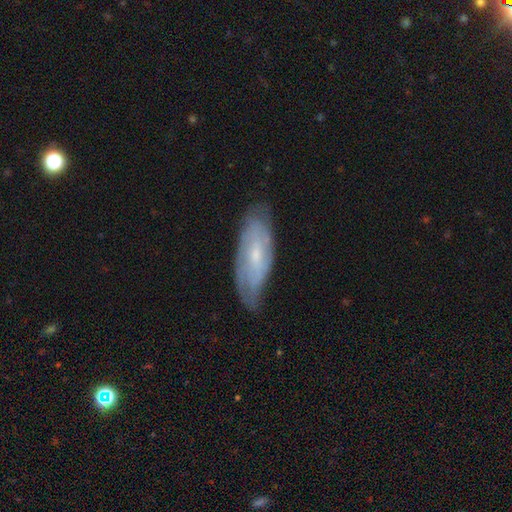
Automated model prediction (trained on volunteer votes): This is likely a featured or disk galaxy (64%). It is clearly not viewed edge-on (82%). Bar: possibly no (49%). Spiral arm pattern: clearly yes (81%). Central bulge: likely small (64%). Merging: likely none (72%).